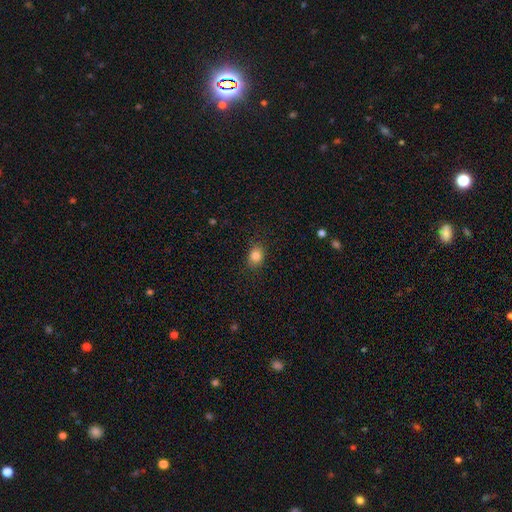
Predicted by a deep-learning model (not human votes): A smooth galaxy with no disk features (84%) that is in between round and cigar-shaped (51%). Merging: none (86%).